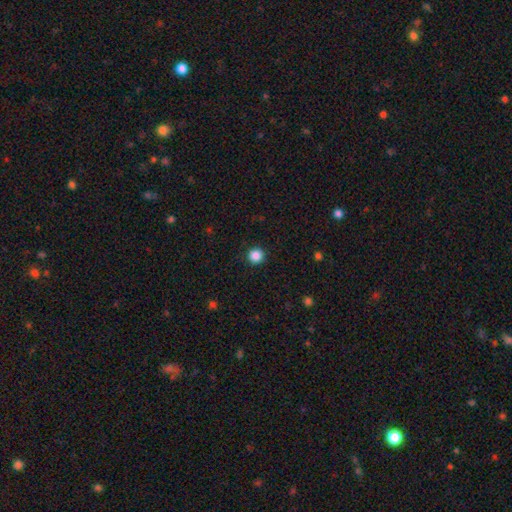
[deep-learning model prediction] smooth 86%, star or artifact 11%, featured or disk 3%. Down the decision tree: how rounded — round (95%); merging — none (92%).